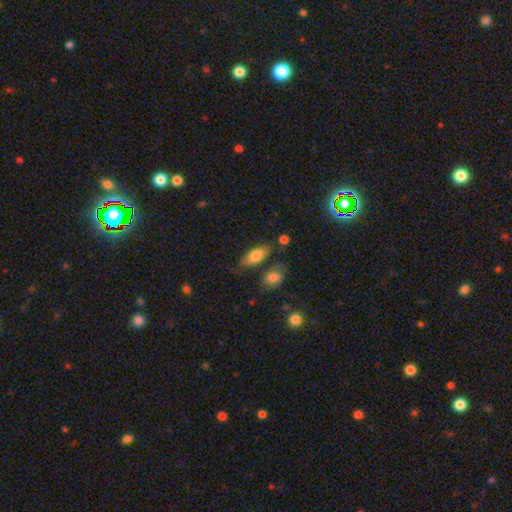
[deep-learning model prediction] smooth-or-featured: smooth: 76% | featured or disk: 16% | star or artifact: 8%
  how-rounded: in between: 84% | cigar-shaped: 12% | round: 4%
  merging: none: 65% | minor disturbance: 20% | merger: 9% | major disturbance: 6%